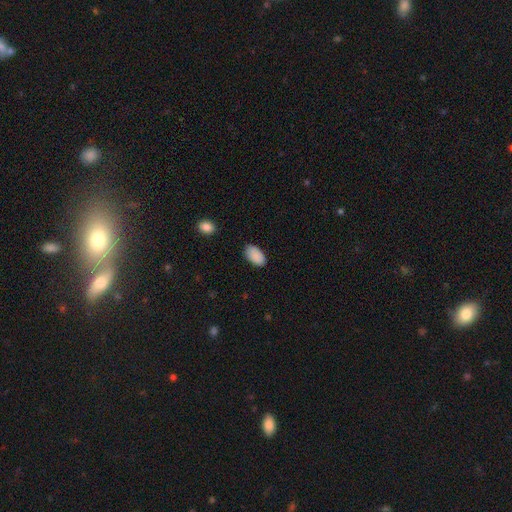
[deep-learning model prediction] This appears to be a smooth galaxy with no disk features (90%) that is in between round and cigar-shaped (95%). Merging: none (85%).